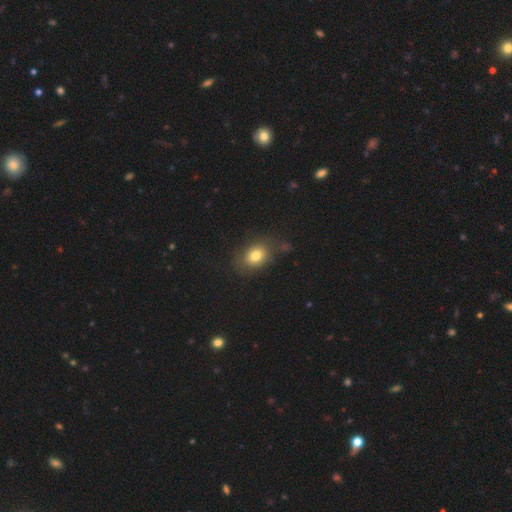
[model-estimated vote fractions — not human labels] smooth_or_featured: smooth (p=0.77) [alt: featured or disk p=0.12]
how_rounded: in between (p=0.60) [alt: round p=0.39]
merging: none (p=0.70) [alt: minor disturbance p=0.19]